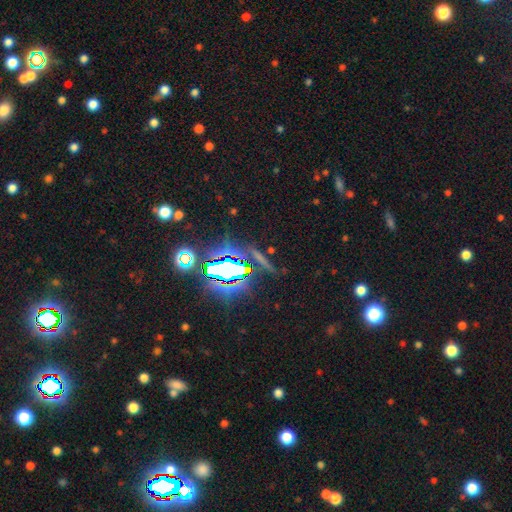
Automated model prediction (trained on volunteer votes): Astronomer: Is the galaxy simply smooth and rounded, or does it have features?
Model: star or artifact — 68%.